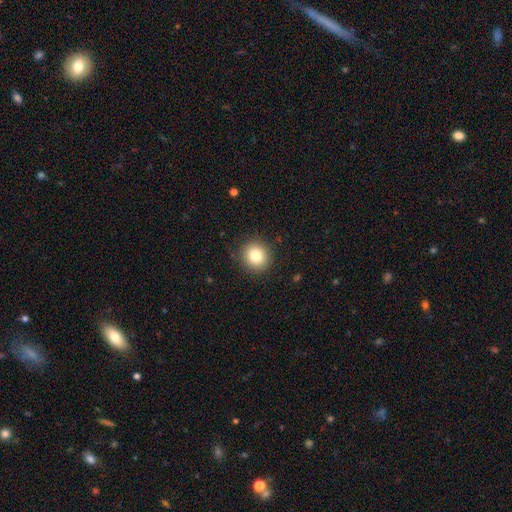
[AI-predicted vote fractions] Smooth or featured? smooth (81%)
How rounded? round (89%)
Merging? none (89%)